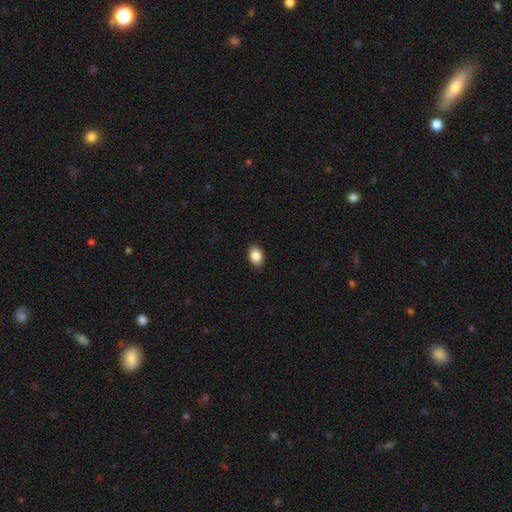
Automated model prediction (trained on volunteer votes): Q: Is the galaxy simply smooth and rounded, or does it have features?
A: smooth — 87%.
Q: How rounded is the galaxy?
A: in between — 82%.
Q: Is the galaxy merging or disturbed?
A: none — 87%.